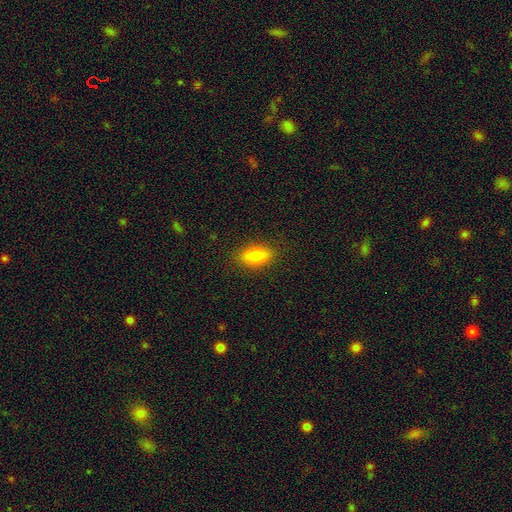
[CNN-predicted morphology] Smooth or featured? Predicted: smooth (p=0.79). How rounded? Predicted: in between (p=0.87). Merging? Predicted: none (p=0.88).